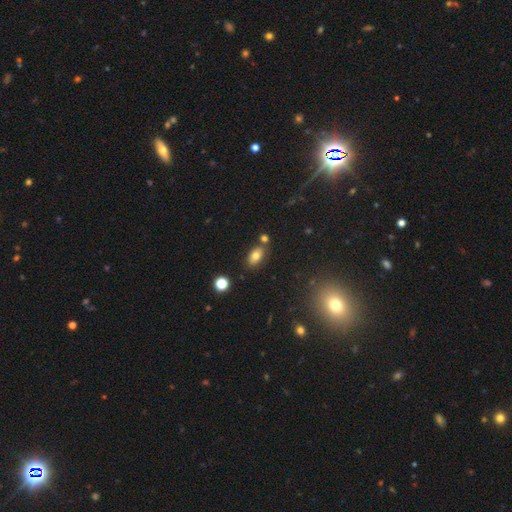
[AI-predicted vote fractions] Overall: smooth (77%). How rounded: in between (88%). Merging: none (74%).